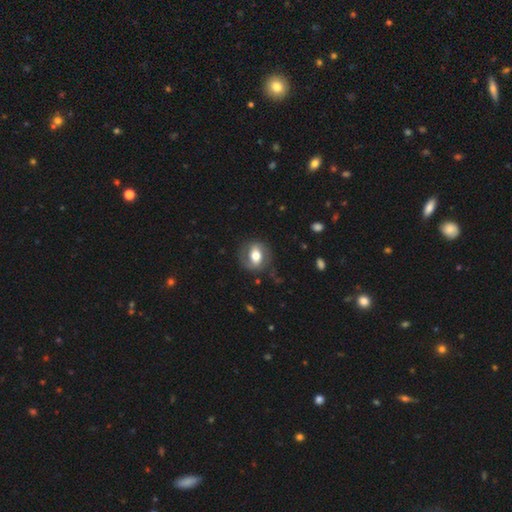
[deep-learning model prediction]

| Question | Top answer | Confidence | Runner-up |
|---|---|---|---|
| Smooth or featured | featured or disk | 50% | smooth (43%) |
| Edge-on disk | no | 94% | yes (6%) |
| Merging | none | 73% | minor disturbance (17%) |